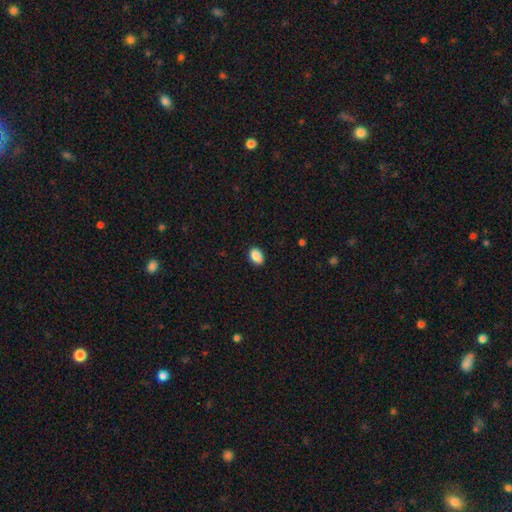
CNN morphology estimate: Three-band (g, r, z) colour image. It shows a smooth galaxy with no disk features (88%) that is in between round and cigar-shaped (82%). Merging: none (85%).